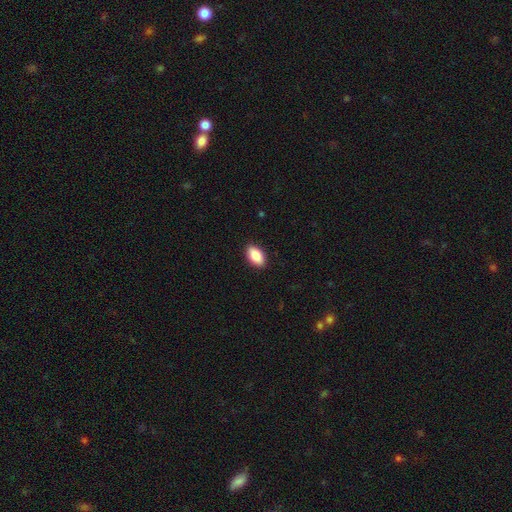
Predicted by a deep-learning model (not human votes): Smooth or featured? smooth (87%)
How rounded? in between (93%)
Merging? none (90%)